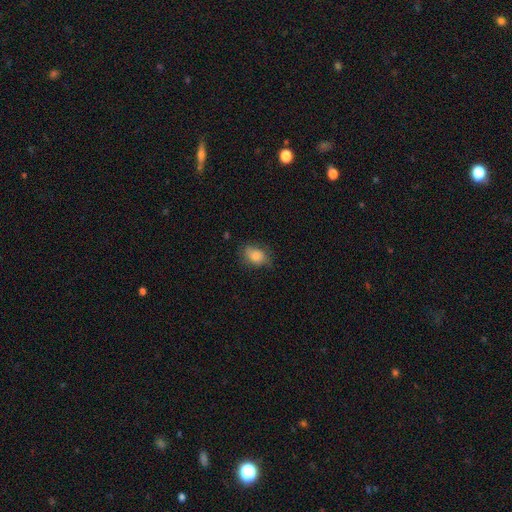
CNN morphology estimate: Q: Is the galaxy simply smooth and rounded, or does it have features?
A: smooth — 83%.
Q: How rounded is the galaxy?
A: in between — 76%.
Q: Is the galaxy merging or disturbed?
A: none — 67%.